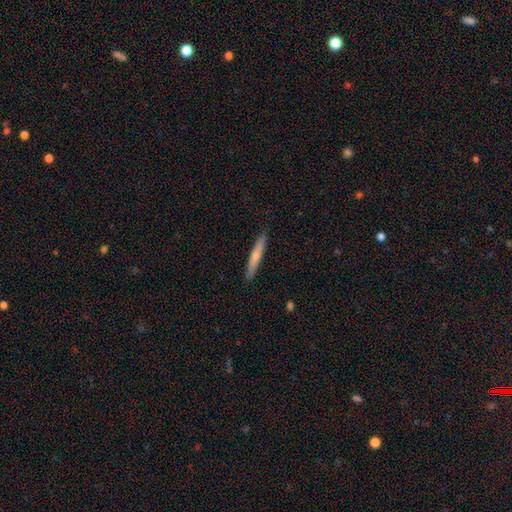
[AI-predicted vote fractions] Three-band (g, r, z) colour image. It shows a smooth galaxy with no disk features (61%) that is cigar-shaped (95%). Merging: none (90%).